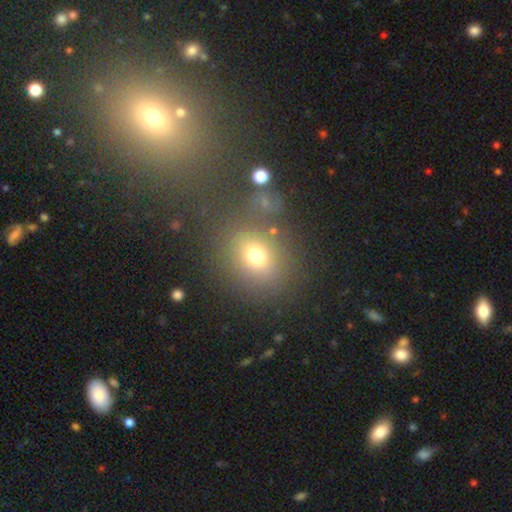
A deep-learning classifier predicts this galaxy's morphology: type=smooth (70%); roundness=round (67%); merging=none (69%).